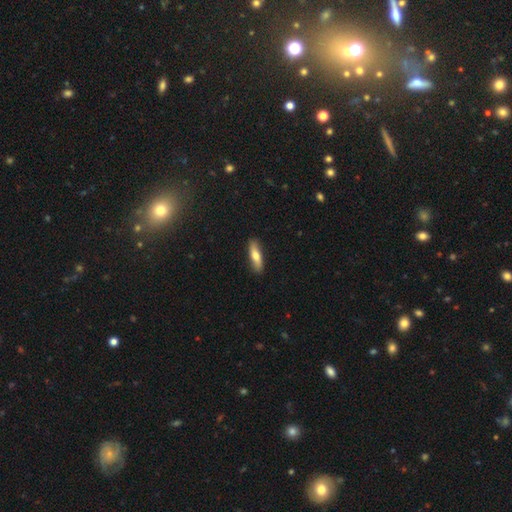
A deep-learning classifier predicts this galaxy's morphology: smooth_or_featured: smooth (p=0.68) [alt: featured or disk p=0.26]
how_rounded: cigar-shaped (p=0.62) [alt: in between p=0.36]
merging: none (p=0.87) [alt: minor disturbance p=0.10]